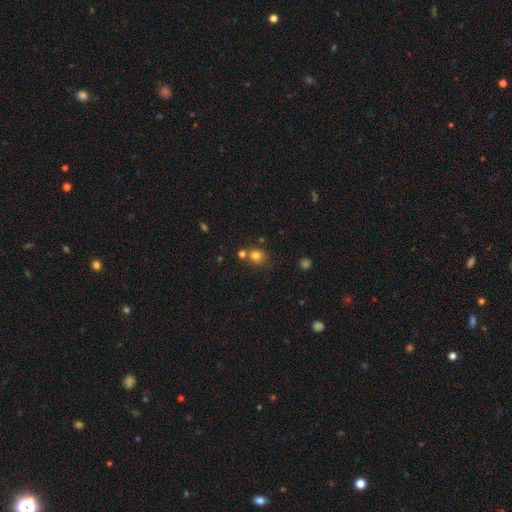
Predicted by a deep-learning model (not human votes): This is likely a smooth galaxy (78%). How rounded: likely round (80%). Merging: likely none (62%).